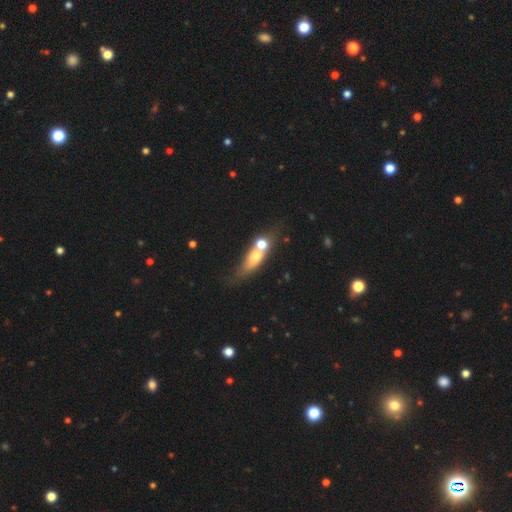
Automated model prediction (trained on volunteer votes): The model was most divided on "how rounded": in between: 50%, cigar-shaped: 34%, round: 16%. More confident: smooth or featured — smooth (55%); merging — merger (53%).